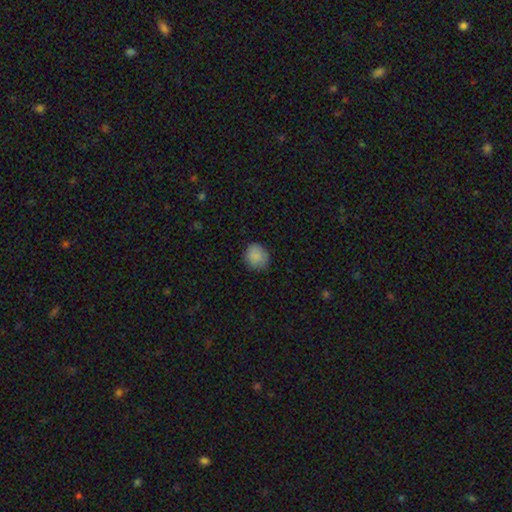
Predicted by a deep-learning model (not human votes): Q: Smooth or featured?
A: smooth (87%); runner-up: star or artifact (9%)
Q: How rounded?
A: round (72%); runner-up: in between (27%)
Q: Merging?
A: none (80%); runner-up: minor disturbance (16%)